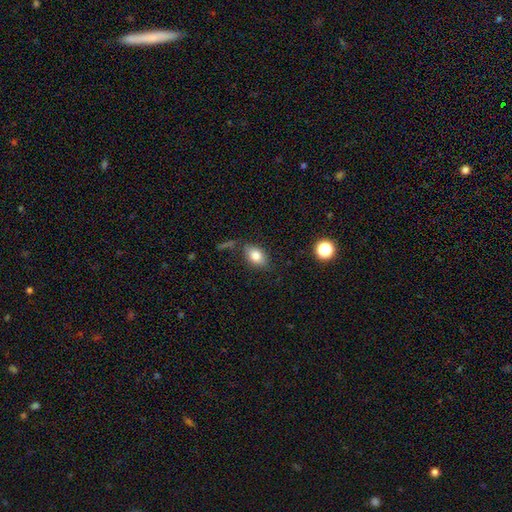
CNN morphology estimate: This is clearly a smooth galaxy (80%). How rounded: clearly in between (83%). Merging: likely none (77%).